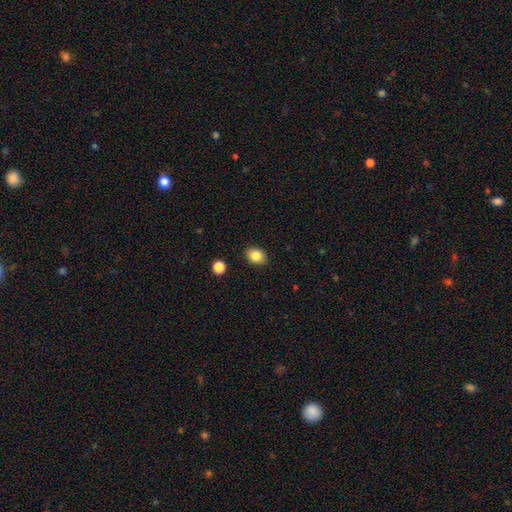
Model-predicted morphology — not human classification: Smooth or featured: smooth — 86% (star or artifact — 9%)
How rounded: in between — 60% (round — 39%)
Merging: none — 89% (minor disturbance — 8%)